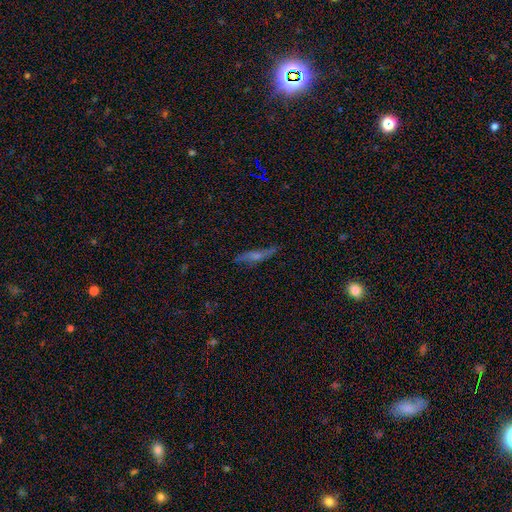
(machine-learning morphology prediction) The model was most divided on "smooth or featured": featured or disk: 58%, smooth: 29%, star or artifact: 13%. More confident: merging — none (73%); edge-on disk — yes (67%).